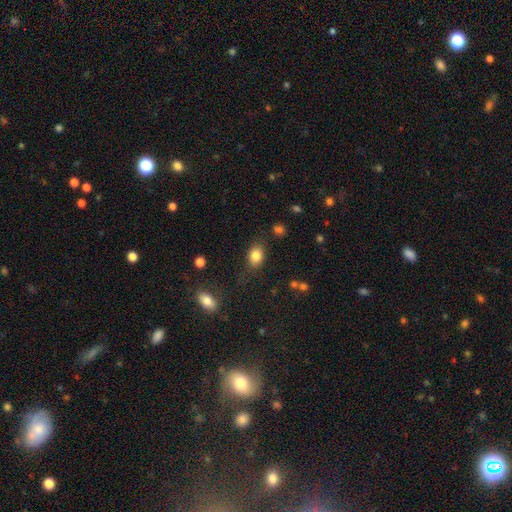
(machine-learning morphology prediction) A smooth galaxy with no disk features (83%) that is in between round and cigar-shaped (72%).

Vote fractions:
- Smooth or featured? smooth: 83% / star or artifact: 10% / featured or disk: 7%
- How rounded? in between: 72% / round: 26% / cigar-shaped: 2%
- Merging? none: 78% / minor disturbance: 14% / major disturbance: 5% / merger: 3%